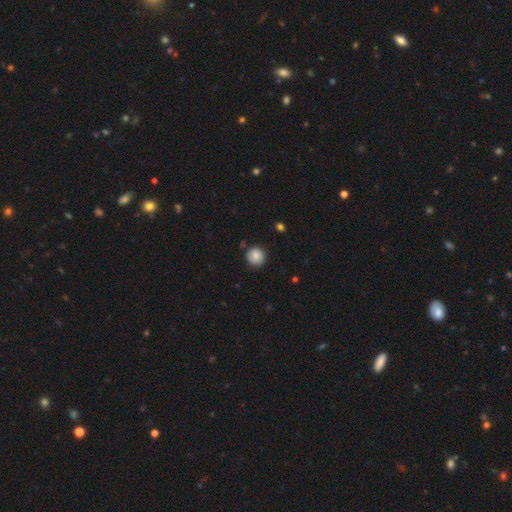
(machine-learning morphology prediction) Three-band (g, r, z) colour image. It shows a smooth galaxy with no disk features (86%) that is round (94%). Merging: none (85%).